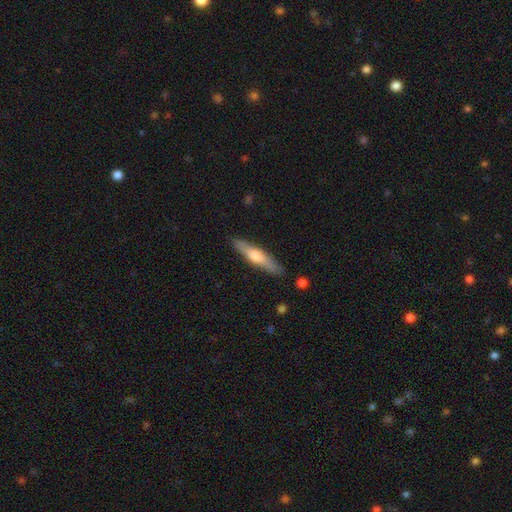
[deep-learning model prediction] Overall: smooth (51%; featured or disk 44%). How rounded: cigar-shaped (83%). Merging: none (88%).